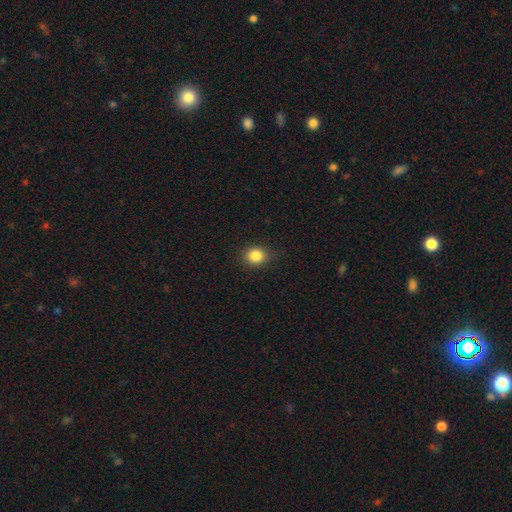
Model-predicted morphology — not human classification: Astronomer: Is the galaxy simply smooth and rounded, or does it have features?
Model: smooth — 85%.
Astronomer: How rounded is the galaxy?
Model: round — 71%.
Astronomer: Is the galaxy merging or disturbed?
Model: none — 86%.